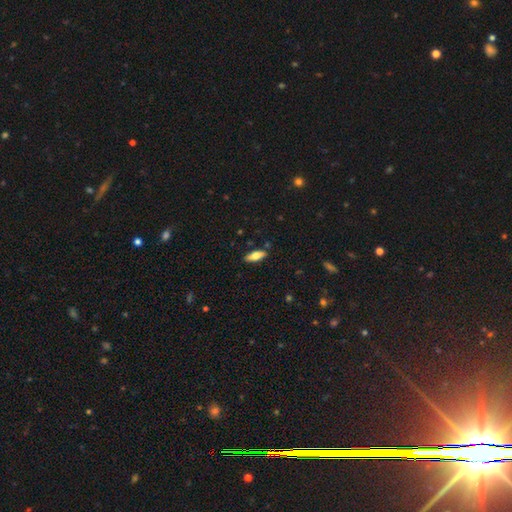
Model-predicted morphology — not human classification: A smooth galaxy with no disk features (65%) that is in between round and cigar-shaped (66%). Merging: none (87%).